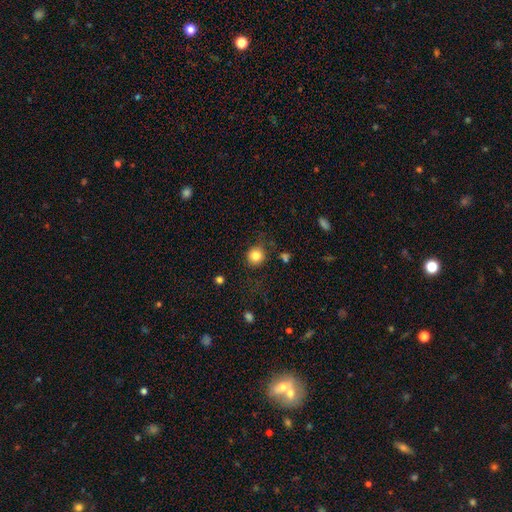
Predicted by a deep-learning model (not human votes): Overall: smooth (83%). How rounded: round (89%). Merging: none (80%).